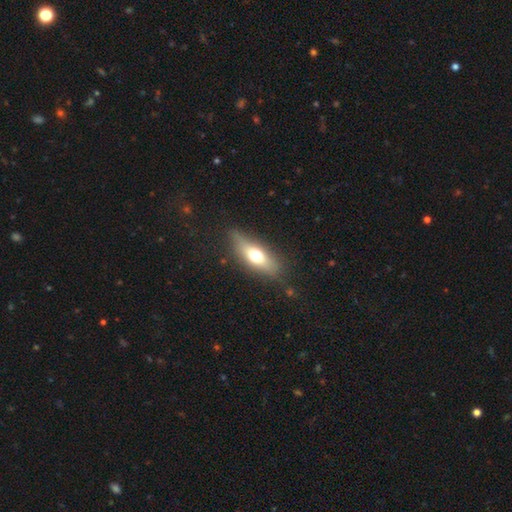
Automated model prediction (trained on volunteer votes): A smooth galaxy with no disk features (58%) that is in between round and cigar-shaped (60%). Merging: none (79%).